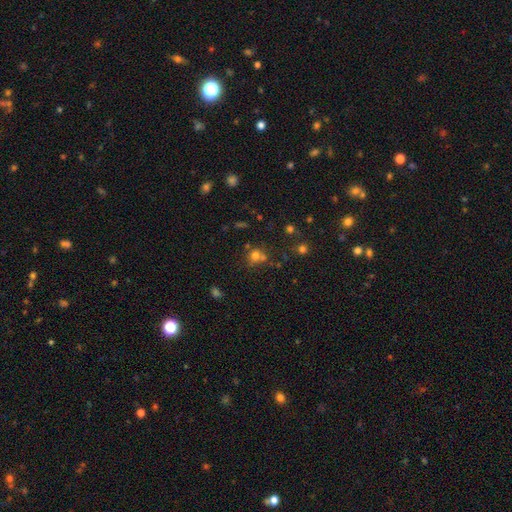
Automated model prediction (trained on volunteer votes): This appears to be a smooth galaxy with no disk features (68%) that is round (79%). Merging: none (50%).